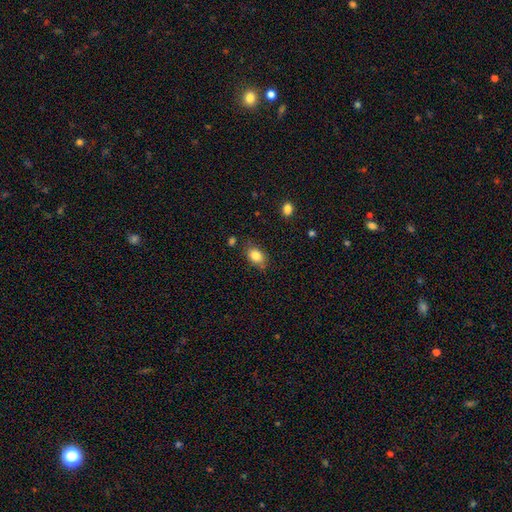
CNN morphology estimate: Smooth or featured: smooth — 84% (star or artifact — 9%)
How rounded: in between — 77% (round — 22%)
Merging: none — 74% (minor disturbance — 18%)